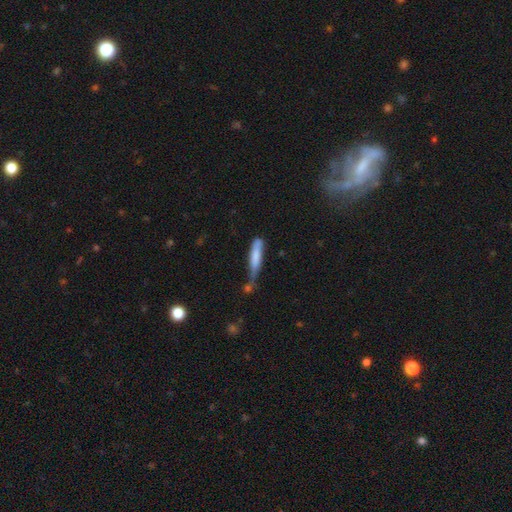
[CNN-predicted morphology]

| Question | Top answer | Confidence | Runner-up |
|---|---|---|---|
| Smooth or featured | smooth | 75% | featured or disk (19%) |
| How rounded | cigar-shaped | 78% | in between (20%) |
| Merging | minor disturbance | 30% | none (27%) |